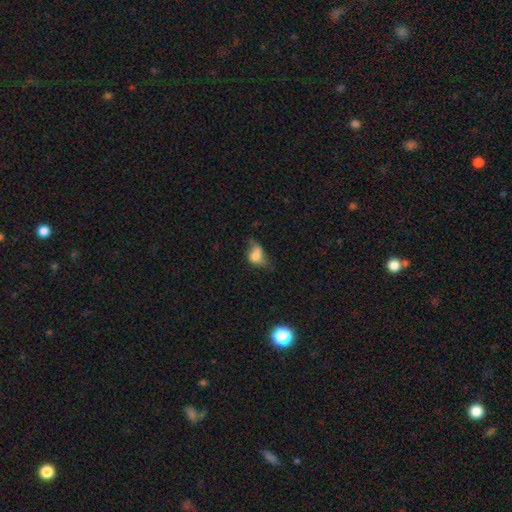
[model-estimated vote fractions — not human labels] Smooth or featured? Predicted: smooth (p=0.65). How rounded? Predicted: in between (p=0.72). Merging? Predicted: major disturbance (p=0.36).